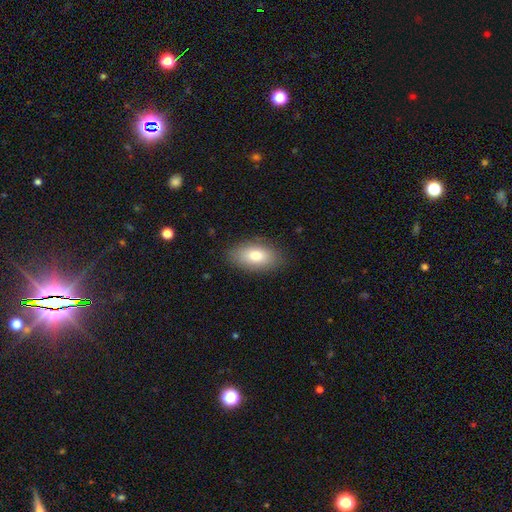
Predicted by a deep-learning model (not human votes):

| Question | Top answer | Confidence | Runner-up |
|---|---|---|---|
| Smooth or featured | smooth | 79% | featured or disk (14%) |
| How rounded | in between | 93% | round (5%) |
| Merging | none | 85% | minor disturbance (11%) |